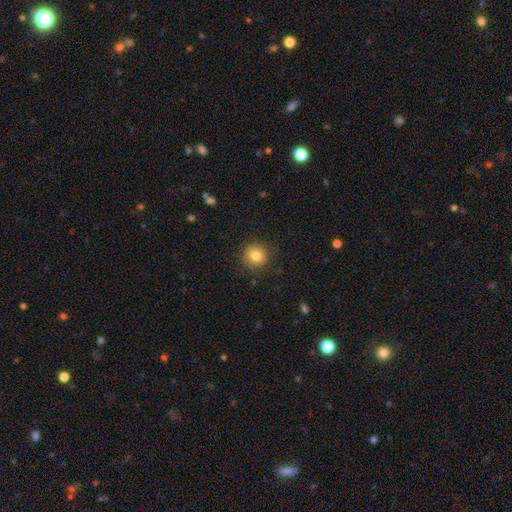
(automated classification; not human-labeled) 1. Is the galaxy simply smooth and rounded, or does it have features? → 81% smooth, 11% star or artifact, 8% featured or disk.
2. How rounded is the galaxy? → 92% round, 7% in between, 1% cigar-shaped.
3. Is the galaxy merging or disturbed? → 87% none, 9% minor disturbance, 3% major disturbance, 1% merger.